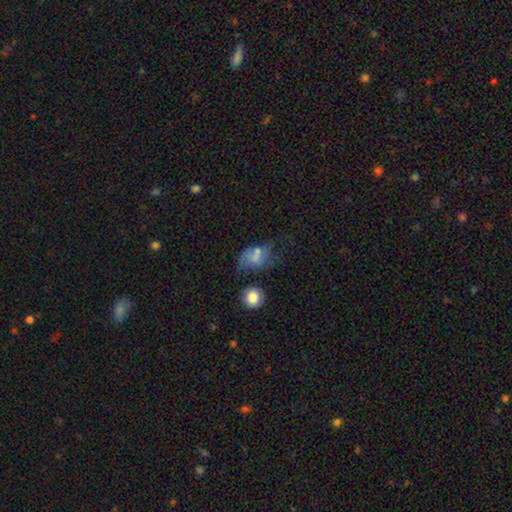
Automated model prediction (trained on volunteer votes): A smooth galaxy with no disk features (58%) that is in between round and cigar-shaped (74%). Merging: none (30%).